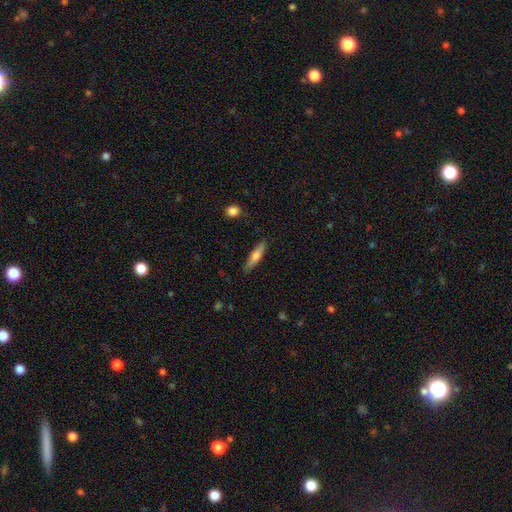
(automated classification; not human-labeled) The model was most divided on "smooth or featured": smooth: 65%, featured or disk: 29%, star or artifact: 6%. More confident: merging — none (85%); how rounded — cigar-shaped (79%).